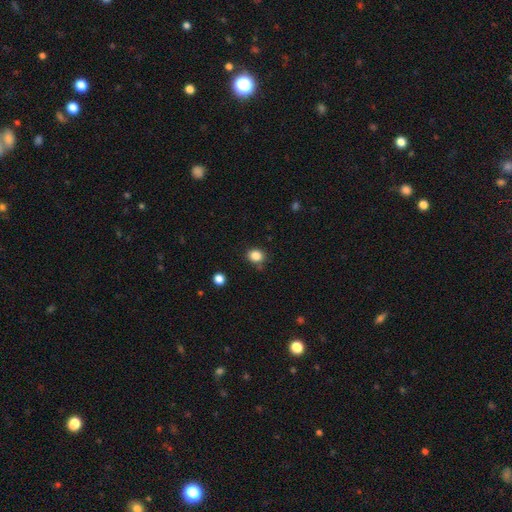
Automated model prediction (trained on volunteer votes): Morphology: type=smooth (85%); roundness=round (67%); merging=none (80%).